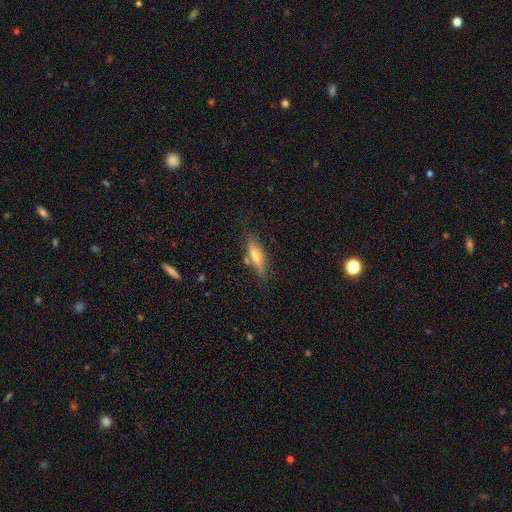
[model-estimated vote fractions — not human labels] featured or disk 49%, smooth 44%, star or artifact 7%. Down the decision tree: merging — none (77%).